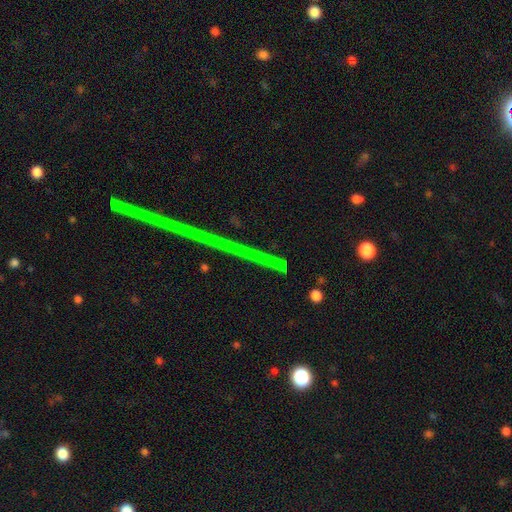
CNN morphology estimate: Overall: star or artifact (65%).